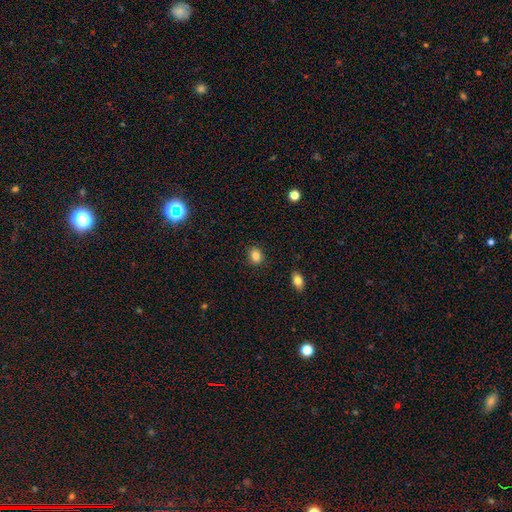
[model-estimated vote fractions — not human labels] Smooth or featured? Predicted: smooth (p=0.85). How rounded? Predicted: in between (p=0.51). Merging? Predicted: none (p=0.85).